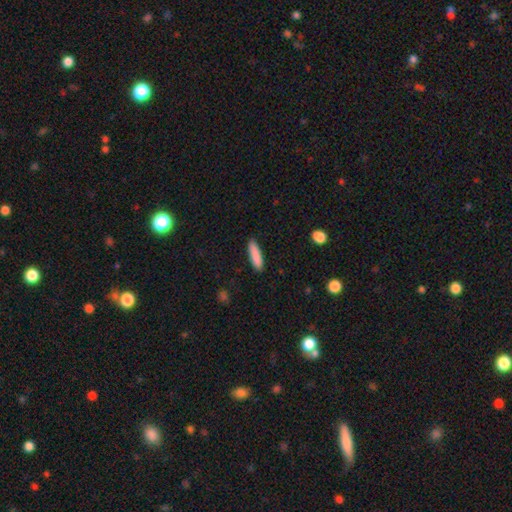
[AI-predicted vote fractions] Smooth or featured: smooth — 88% (featured or disk — 6%)
How rounded: cigar-shaped — 70% (in between — 29%)
Merging: none — 87% (minor disturbance — 9%)